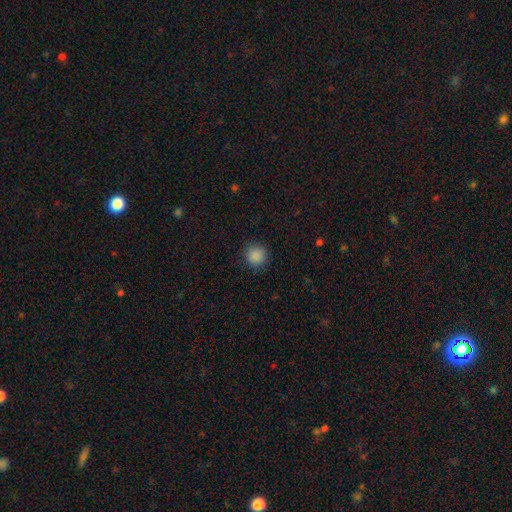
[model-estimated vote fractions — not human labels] This appears to be a smooth galaxy with no disk features (87%) that is round (93%). Merging: none (90%).